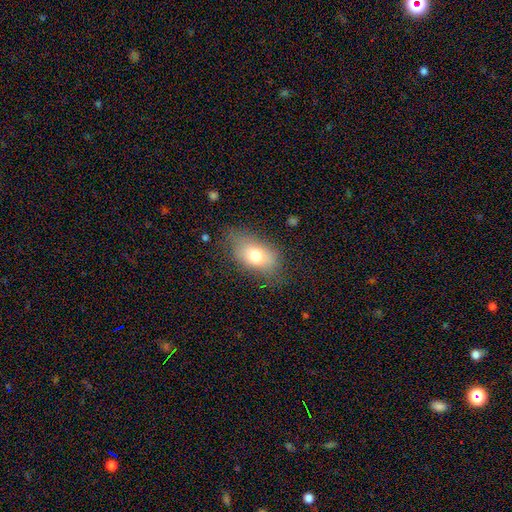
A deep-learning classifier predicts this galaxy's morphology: Smooth or featured?
  - smooth: 73% *
  - featured or disk: 18%
  - star or artifact: 10%
How rounded?
  - in between: 86% *
  - round: 12%
  - cigar-shaped: 3%
Merging?
  - none: 66% *
  - minor disturbance: 23%
  - major disturbance: 9%
  - merger: 2%